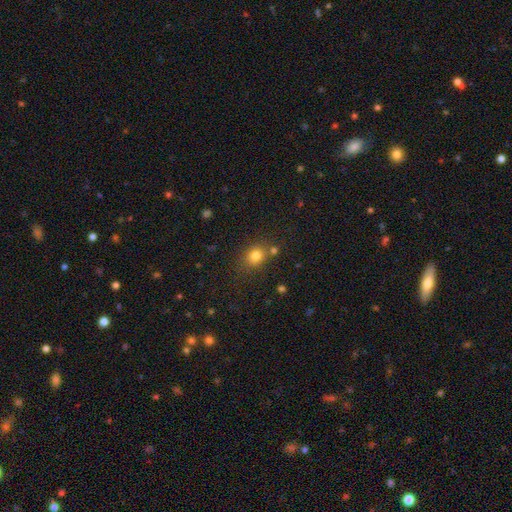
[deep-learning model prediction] This is likely a smooth galaxy (79%). How rounded: likely round (61%). Merging: likely none (70%).